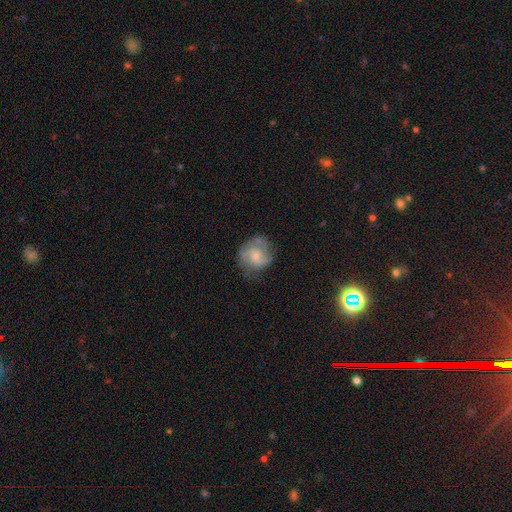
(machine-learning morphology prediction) Overall: featured or disk (55%; smooth 37%). Edge-on disk: no (98%). Bar: no (68%; weak 28%). Spiral arms: yes (76%). Bulge size: moderate (41%; small 35%). Merging: none (61%; minor disturbance 24%).